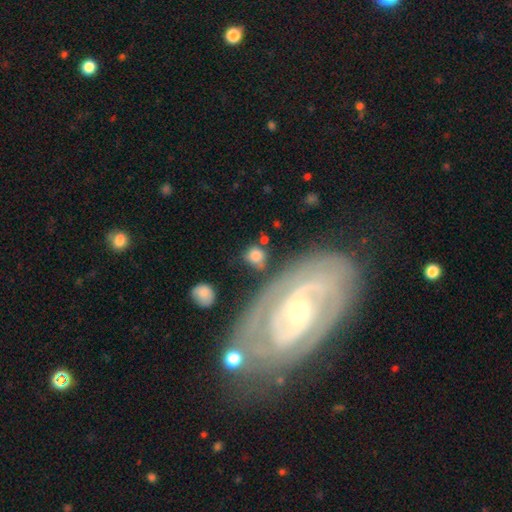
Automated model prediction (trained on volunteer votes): A smooth galaxy with no disk features (71%) that is round (74%). Merging: none (62%).